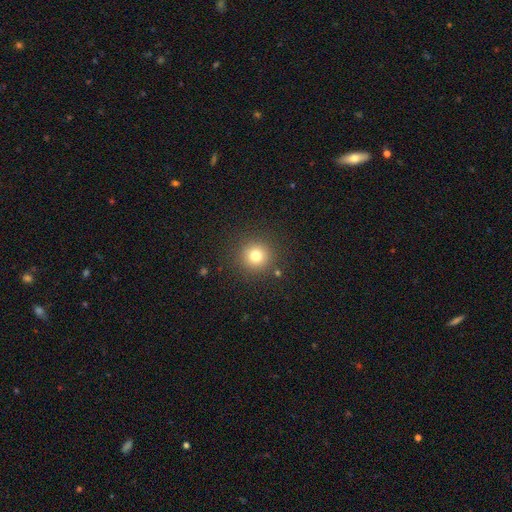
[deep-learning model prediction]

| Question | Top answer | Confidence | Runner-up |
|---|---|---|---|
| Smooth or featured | smooth | 78% | star or artifact (15%) |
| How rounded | round | 95% | in between (4%) |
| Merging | none | 89% | minor disturbance (6%) |